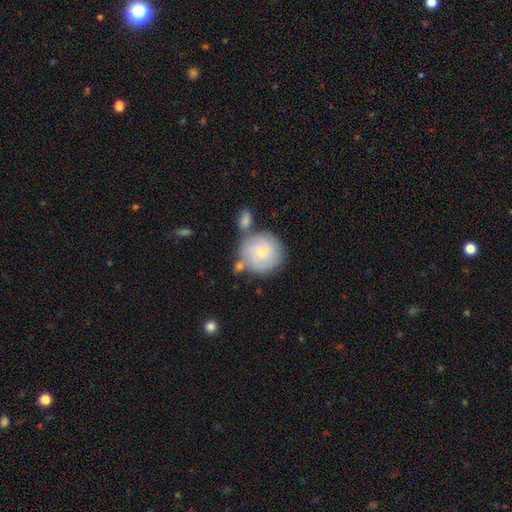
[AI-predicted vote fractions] smooth 58%, featured or disk 35%, star or artifact 7%. Down the decision tree: how rounded — round (92%); merging — none (58%).